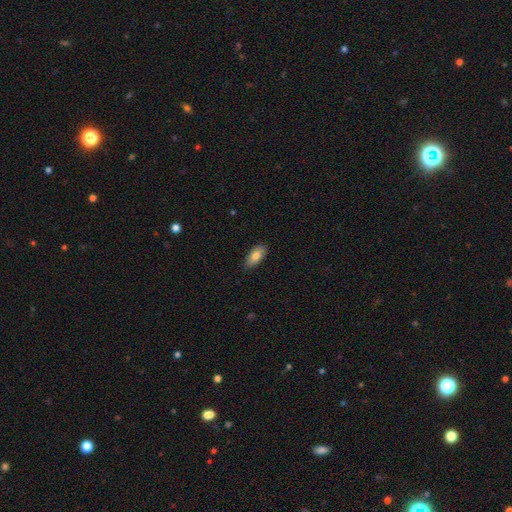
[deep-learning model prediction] A smooth galaxy with no disk features (80%) that is in between round and cigar-shaped (88%). Merging: none (84%).